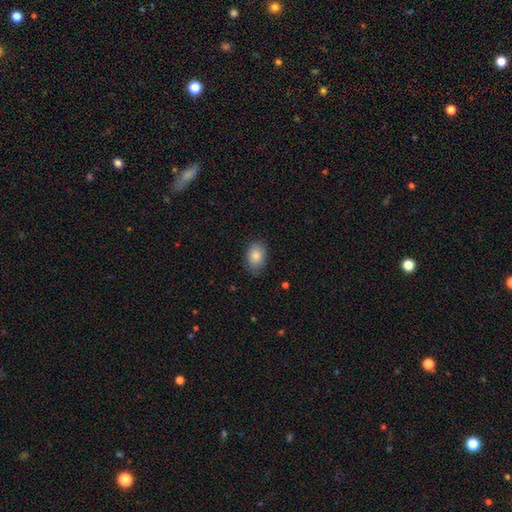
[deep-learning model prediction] A smooth galaxy with no disk features (84%) that is in between round and cigar-shaped (80%).

Vote fractions:
- Smooth or featured? smooth: 84% / featured or disk: 8% / star or artifact: 8%
- How rounded? in between: 80% / round: 19% / cigar-shaped: 1%
- Merging? none: 80% / minor disturbance: 16% / major disturbance: 3% / merger: 1%